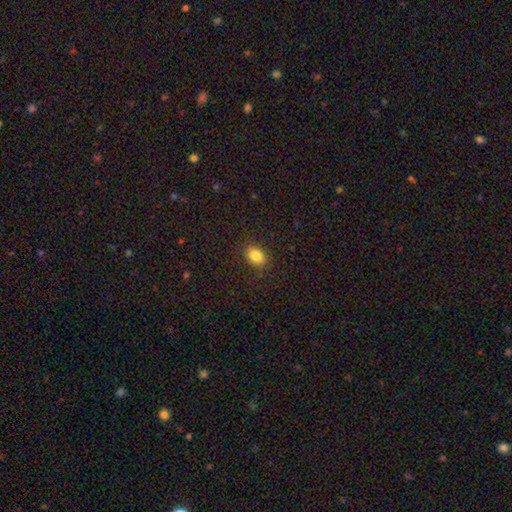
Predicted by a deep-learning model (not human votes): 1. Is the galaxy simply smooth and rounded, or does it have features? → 84% smooth, 10% star or artifact, 6% featured or disk.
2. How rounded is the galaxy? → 74% in between, 25% round, 1% cigar-shaped.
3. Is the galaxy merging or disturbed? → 87% none, 9% minor disturbance, 3% major disturbance, 1% merger.